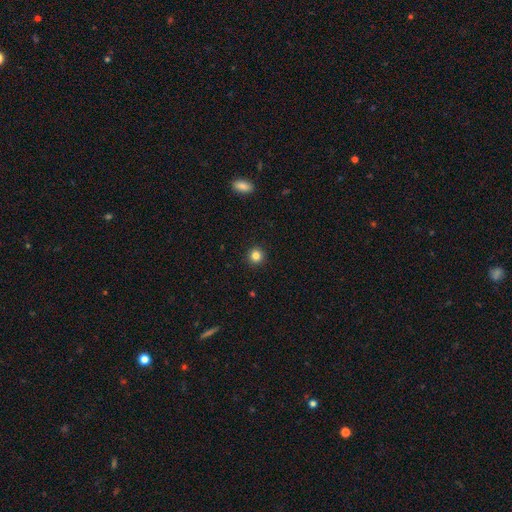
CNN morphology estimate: This appears to be a smooth galaxy with no disk features (83%) that is round (95%). Merging: none (93%).